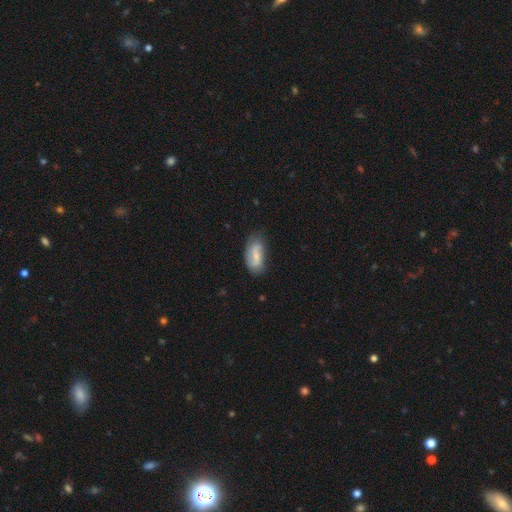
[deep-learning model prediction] smooth_or_featured: featured or disk (p=0.49) [alt: smooth p=0.44]
merging: none (p=0.63) [alt: minor disturbance p=0.27]